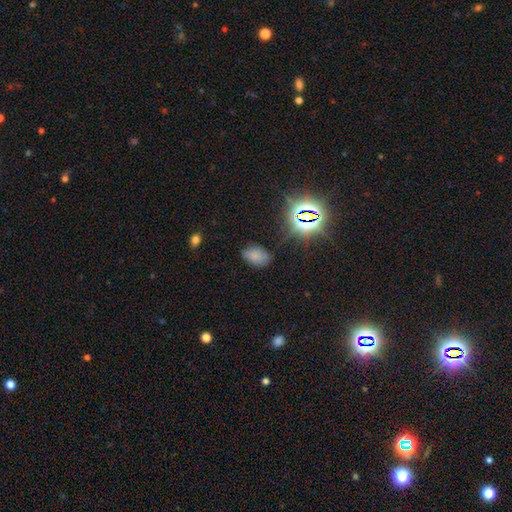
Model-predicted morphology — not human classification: Smooth or featured? smooth (67%)
How rounded? in between (87%)
Merging? none (70%)